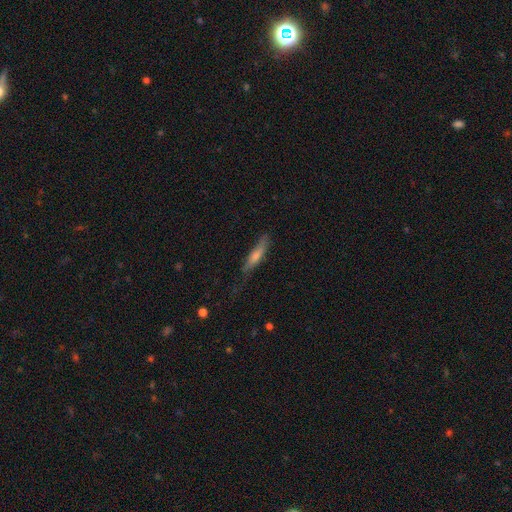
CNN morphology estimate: smooth 53%, featured or disk 40%, star or artifact 8%. Down the decision tree: how rounded — cigar-shaped (85%); merging — none (65%).